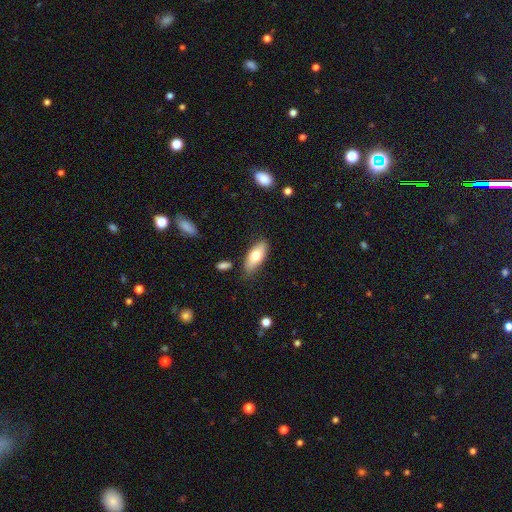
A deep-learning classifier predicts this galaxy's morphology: Q: Smooth or featured?
A: smooth (73%); runner-up: featured or disk (21%)
Q: How rounded?
A: in between (81%); runner-up: cigar-shaped (17%)
Q: Merging?
A: none (81%); runner-up: minor disturbance (14%)